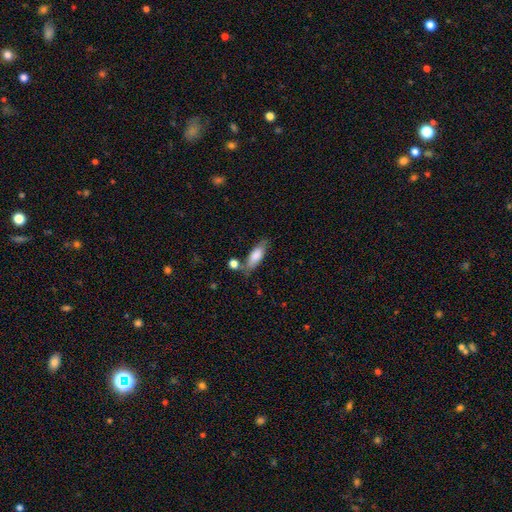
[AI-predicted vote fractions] Smooth or featured?
  - smooth: 78% *
  - featured or disk: 16%
  - star or artifact: 7%
How rounded?
  - in between: 67% *
  - cigar-shaped: 30%
  - round: 3%
Merging?
  - none: 61% *
  - minor disturbance: 20%
  - merger: 13%
  - major disturbance: 6%